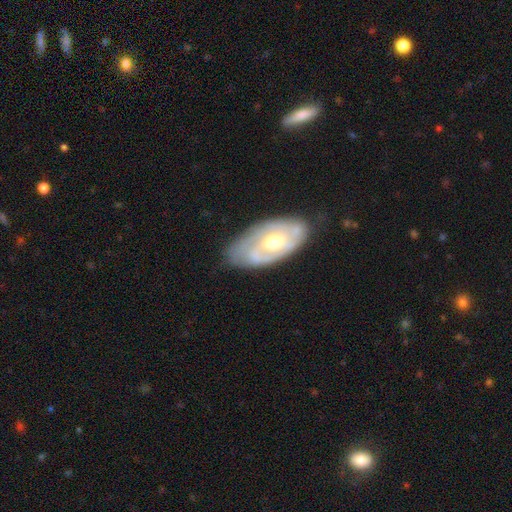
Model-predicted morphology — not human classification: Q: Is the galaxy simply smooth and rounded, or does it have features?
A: featured or disk — 66%.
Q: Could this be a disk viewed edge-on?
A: no — 91%.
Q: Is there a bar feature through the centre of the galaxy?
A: no — 58%.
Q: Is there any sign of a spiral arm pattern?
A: yes — 66%.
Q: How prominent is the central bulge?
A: moderate — 71%.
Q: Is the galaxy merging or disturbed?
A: none — 65%.